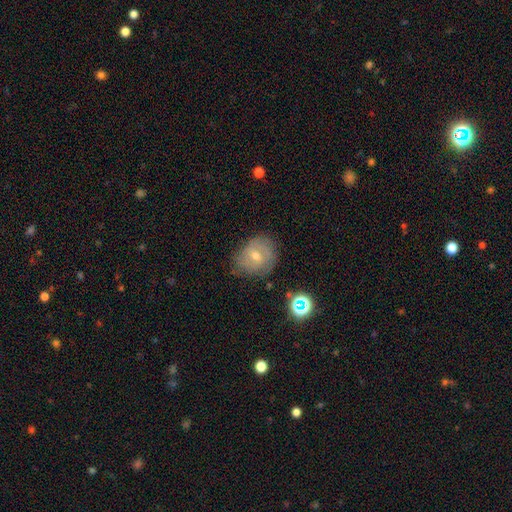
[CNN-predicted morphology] Q: Smooth or featured?
A: featured or disk (52%); runner-up: smooth (34%)
Q: Edge-on disk?
A: no (96%); runner-up: yes (4%)
Q: Merging?
A: none (71%); runner-up: minor disturbance (21%)